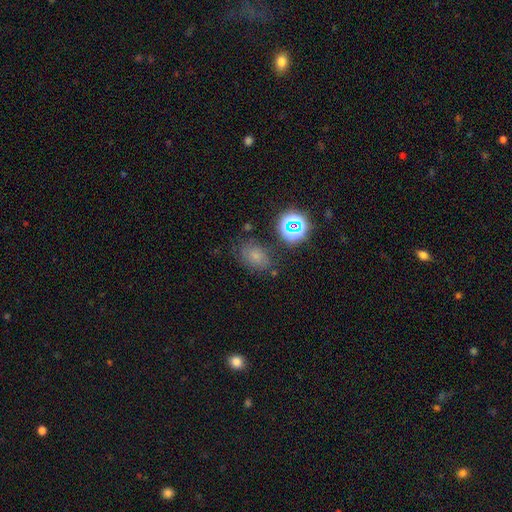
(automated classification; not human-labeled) Morphology: type=smooth (58%); roundness=in between (73%); merging=none (66%).